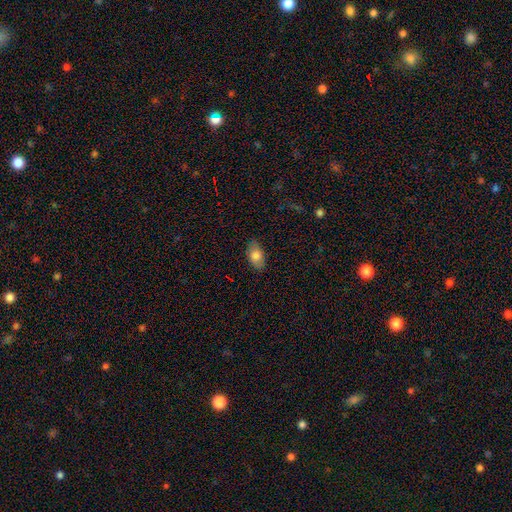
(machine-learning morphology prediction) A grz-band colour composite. It shows a smooth galaxy with no disk features (81%) that is in between round and cigar-shaped (91%). Merging: none (83%).